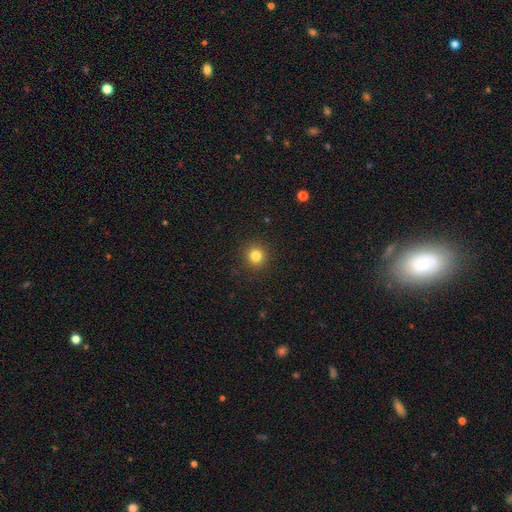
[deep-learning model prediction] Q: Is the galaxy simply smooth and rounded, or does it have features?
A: smooth — 83%.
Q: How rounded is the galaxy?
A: round — 93%.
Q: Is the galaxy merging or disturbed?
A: none — 91%.